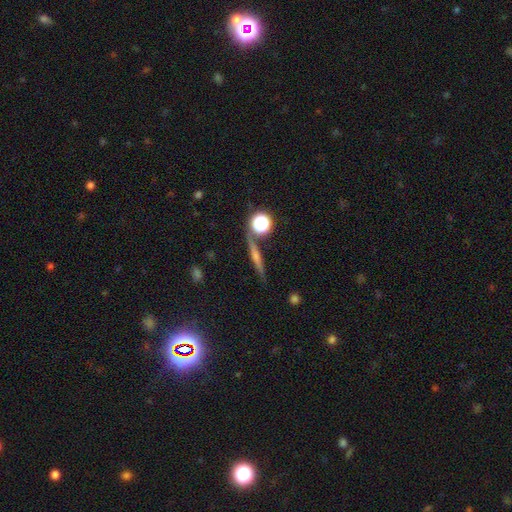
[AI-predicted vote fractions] Overall: featured or disk (57%; smooth 28%). Edge-on disk: yes (94%). Edge-on bulge: rounded (65%). Merging: none (83%).